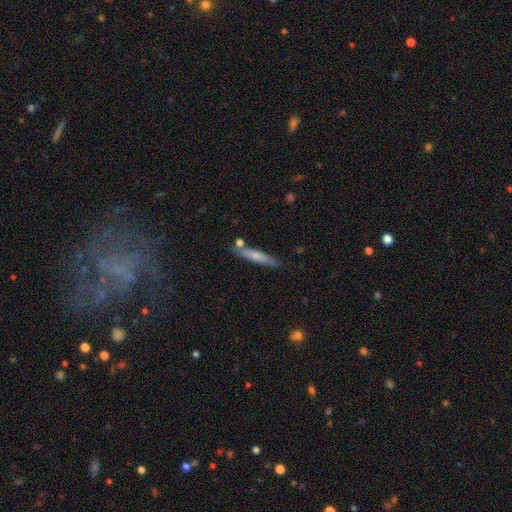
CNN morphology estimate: Smooth or featured? Predicted: smooth (p=0.62). How rounded? Predicted: cigar-shaped (p=0.91). Merging? Predicted: none (p=0.76).